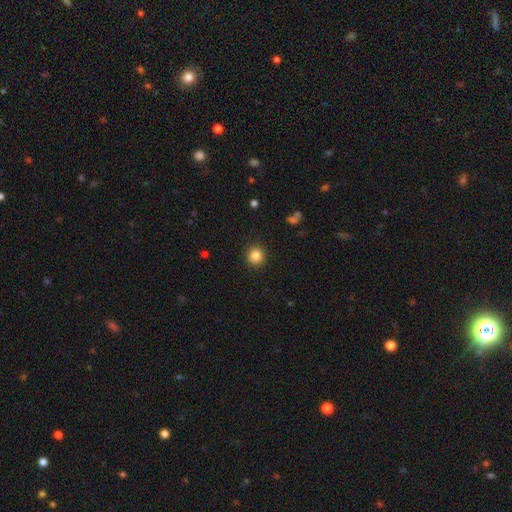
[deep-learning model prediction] A smooth galaxy with no disk features (85%) that is round (93%).

Vote fractions:
- Smooth or featured? smooth: 85% / star or artifact: 11% / featured or disk: 4%
- How rounded? round: 93% / in between: 6% / cigar-shaped: 1%
- Merging? none: 92% / minor disturbance: 5% / major disturbance: 2% / merger: 1%